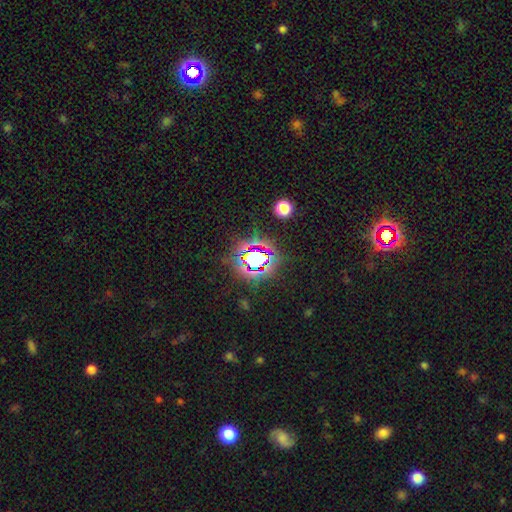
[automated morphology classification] Overall: star or artifact (71%).